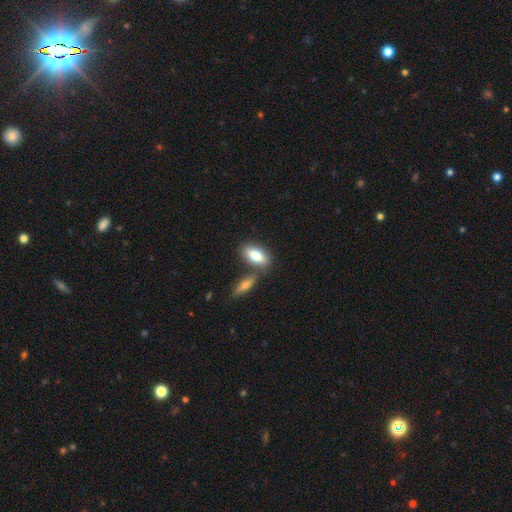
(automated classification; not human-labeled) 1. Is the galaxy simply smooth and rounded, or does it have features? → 79% smooth, 15% featured or disk, 6% star or artifact.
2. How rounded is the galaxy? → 86% in between, 11% cigar-shaped, 4% round.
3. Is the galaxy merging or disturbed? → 60% none, 26% merger, 11% minor disturbance, 3% major disturbance.